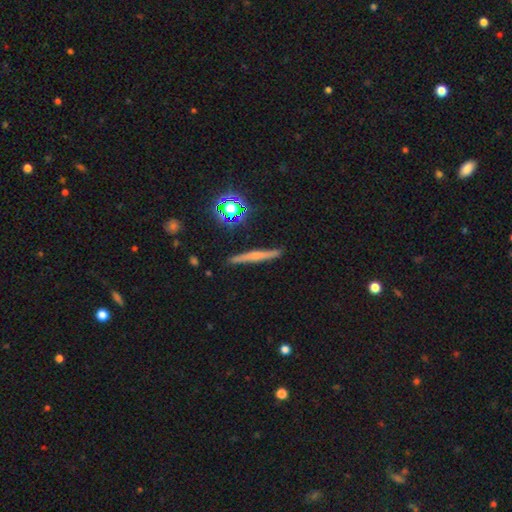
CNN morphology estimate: smooth-or-featured: featured or disk: 49% | smooth: 39% | star or artifact: 12%
  merging: none: 89% | minor disturbance: 8% | major disturbance: 2% | merger: 2%